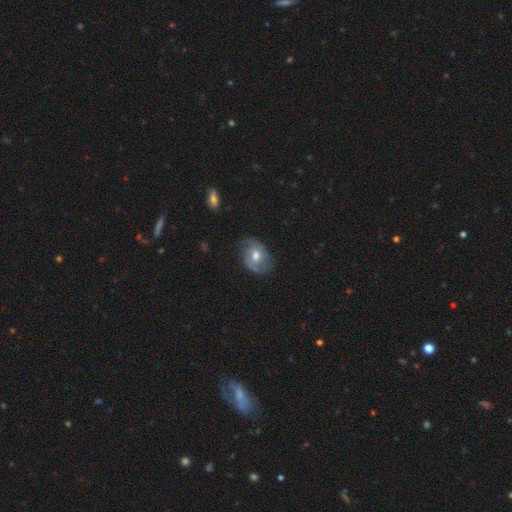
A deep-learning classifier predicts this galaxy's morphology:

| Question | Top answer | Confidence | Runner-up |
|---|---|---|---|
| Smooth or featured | featured or disk | 57% | smooth (35%) |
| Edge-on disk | no | 96% | yes (4%) |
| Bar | no | 63% | weak (30%) |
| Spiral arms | yes | 79% | no (21%) |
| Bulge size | moderate | 76% | small (14%) |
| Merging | none | 62% | minor disturbance (27%) |